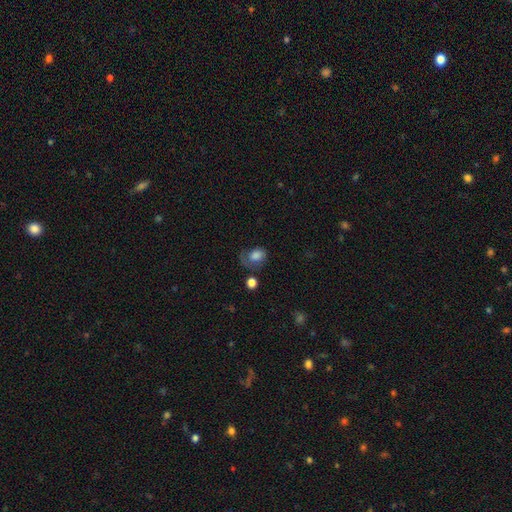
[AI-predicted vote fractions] Smooth or featured? Predicted: smooth (p=0.71). How rounded? Predicted: in between (p=0.58). Merging? Predicted: none (p=0.35).